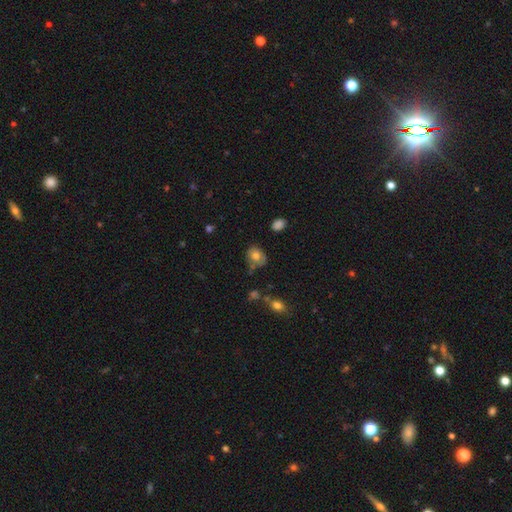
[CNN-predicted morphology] The model was most divided on "how rounded": round: 53%, in between: 46%, cigar-shaped: 1%. More confident: smooth or featured — smooth (75%); merging — none (60%).